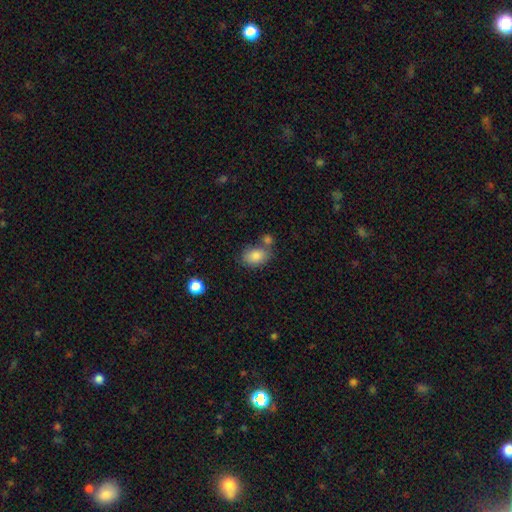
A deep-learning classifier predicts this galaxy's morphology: smooth_or_featured: smooth (p=0.84) [alt: star or artifact p=0.08]
how_rounded: in between (p=0.81) [alt: round p=0.18]
merging: none (p=0.57) [alt: merger p=0.22]